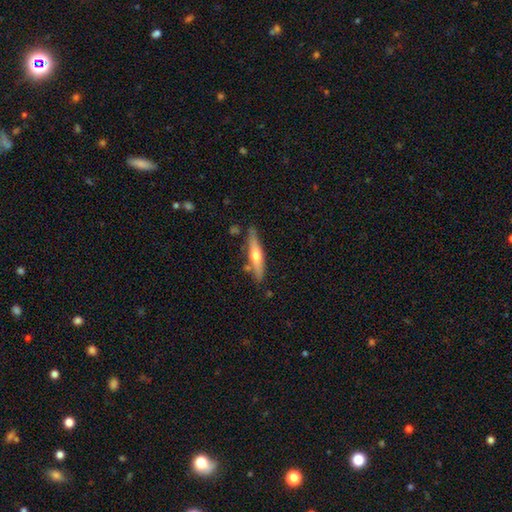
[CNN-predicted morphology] Smooth or featured? Predicted: featured or disk (p=0.53). Edge-on disk? Predicted: yes (p=0.92). Merging? Predicted: none (p=0.78).